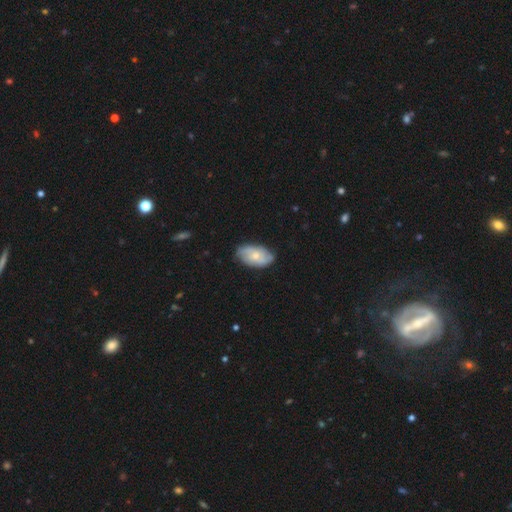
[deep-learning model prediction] Smooth or featured? Predicted: featured or disk (p=0.52). Edge-on disk? Predicted: no (p=0.94). Merging? Predicted: none (p=0.74).